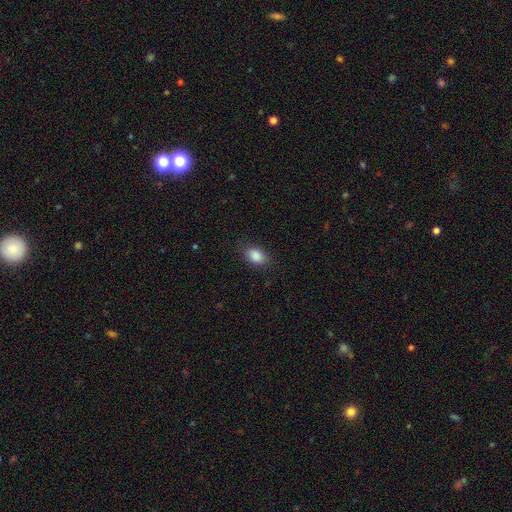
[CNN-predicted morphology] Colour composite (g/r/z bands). It shows a smooth galaxy with no disk features (88%) that is in between round and cigar-shaped (83%). Merging: none (83%).